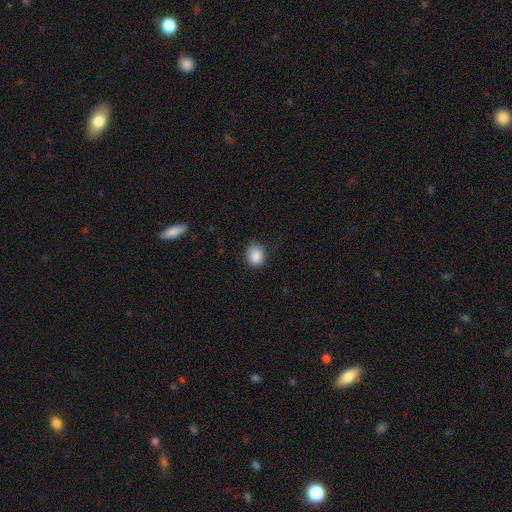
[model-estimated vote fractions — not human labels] Morphology: type=smooth (88%); roundness=round (59%); merging=none (84%).